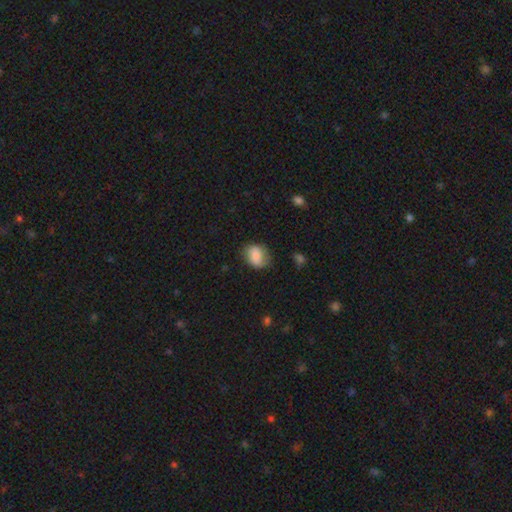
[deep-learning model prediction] smooth_or_featured: smooth (p=0.79) [alt: featured or disk p=0.13]
how_rounded: in between (p=0.54) [alt: round p=0.45]
merging: none (p=0.62) [alt: minor disturbance p=0.27]